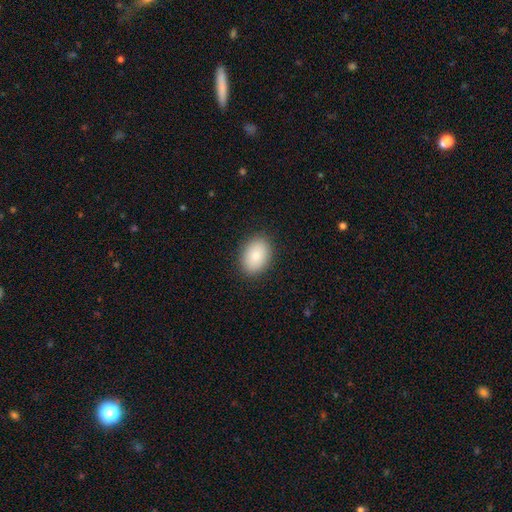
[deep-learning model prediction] Smooth or featured? smooth (84%)
How rounded? in between (78%)
Merging? none (88%)